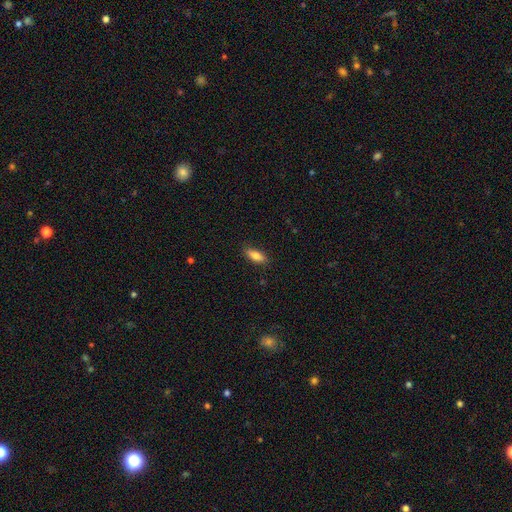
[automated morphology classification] smooth-or-featured: smooth: 81% | featured or disk: 12% | star or artifact: 7%
  how-rounded: in between: 70% | cigar-shaped: 27% | round: 2%
  merging: none: 86% | minor disturbance: 11% | major disturbance: 2% | merger: 1%